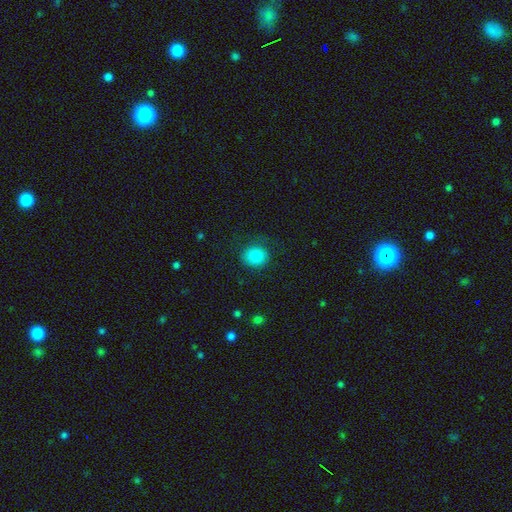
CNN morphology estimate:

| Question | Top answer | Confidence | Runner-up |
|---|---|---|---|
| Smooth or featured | smooth | 83% | star or artifact (10%) |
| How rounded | round | 77% | in between (22%) |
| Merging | none | 83% | minor disturbance (12%) |